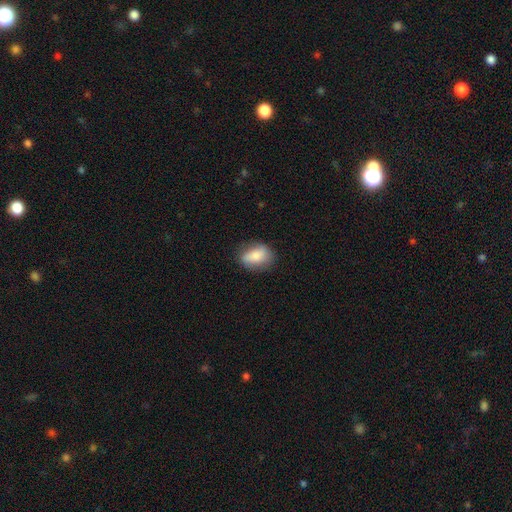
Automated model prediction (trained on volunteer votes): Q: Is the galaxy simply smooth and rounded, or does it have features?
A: smooth — 79%.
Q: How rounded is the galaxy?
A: in between — 79%.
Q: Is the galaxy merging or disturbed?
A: none — 75%.